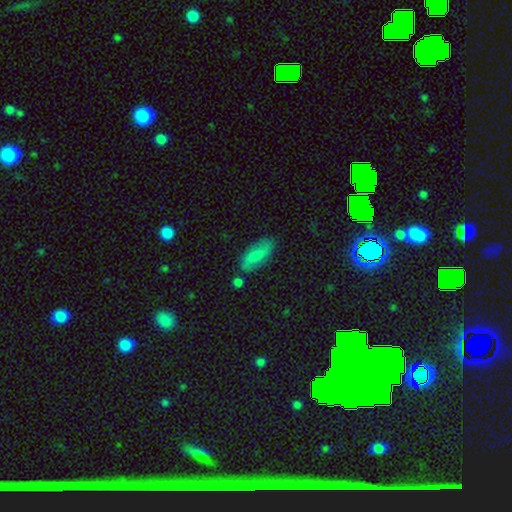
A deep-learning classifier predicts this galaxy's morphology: Q: Smooth or featured?
A: smooth (72%); runner-up: featured or disk (21%)
Q: How rounded?
A: in between (83%); runner-up: cigar-shaped (15%)
Q: Merging?
A: none (73%); runner-up: minor disturbance (18%)